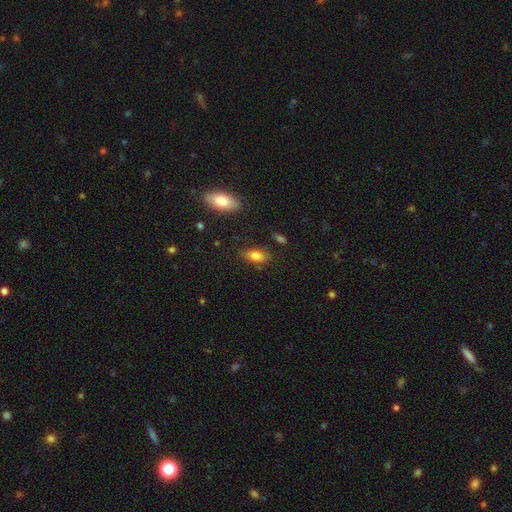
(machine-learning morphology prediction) This is clearly a smooth galaxy (81%). How rounded: clearly in between (88%). Merging: likely none (80%).